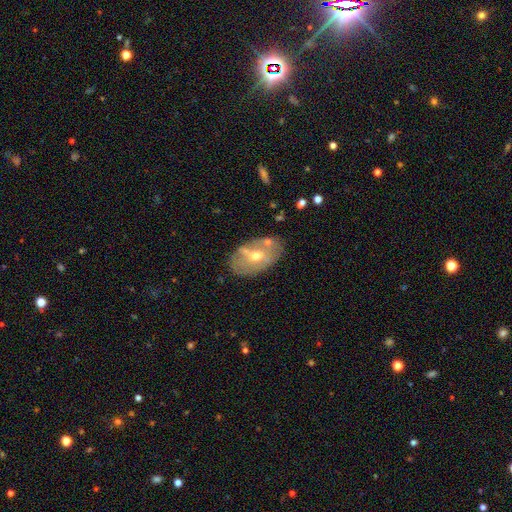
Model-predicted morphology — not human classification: Smooth or featured: featured or disk — 58% (smooth — 34%)
Edge-on disk: no — 89% (yes — 11%)
Bar: no — 49% (weak — 33%)
Spiral arms: no — 73% (yes — 27%)
Bulge size: moderate — 65% (small — 30%)
Merging: none — 66% (minor disturbance — 19%)